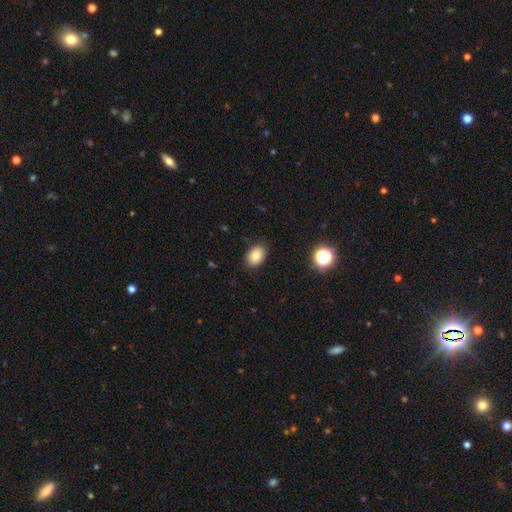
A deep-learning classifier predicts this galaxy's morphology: This is clearly a smooth galaxy (83%). How rounded: clearly in between (80%). Merging: clearly none (87%).